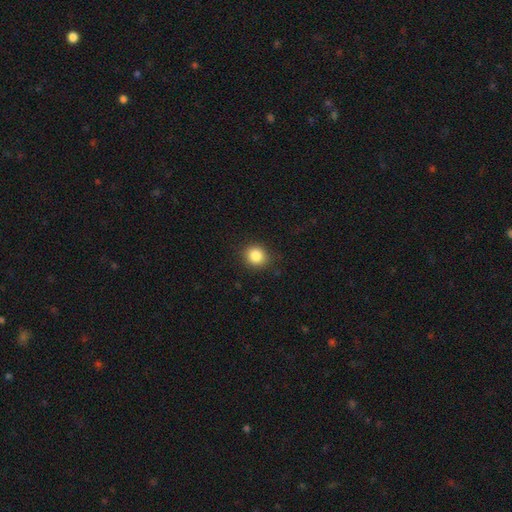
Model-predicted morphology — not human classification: Smooth or featured? smooth (86%)
How rounded? round (85%)
Merging? none (88%)